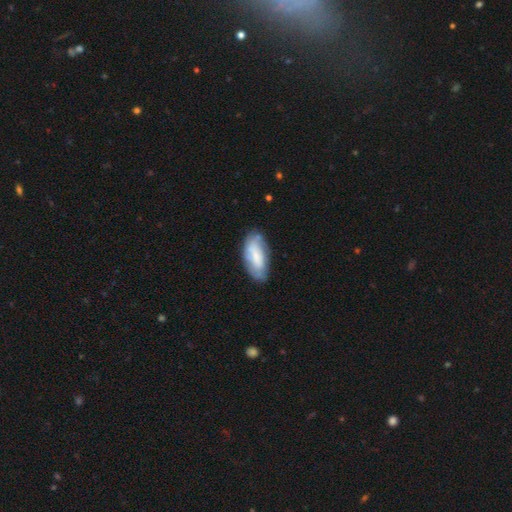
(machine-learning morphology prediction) Smooth or featured: smooth — 60% (featured or disk — 33%)
How rounded: in between — 88% (cigar-shaped — 10%)
Merging: none — 68% (minor disturbance — 23%)